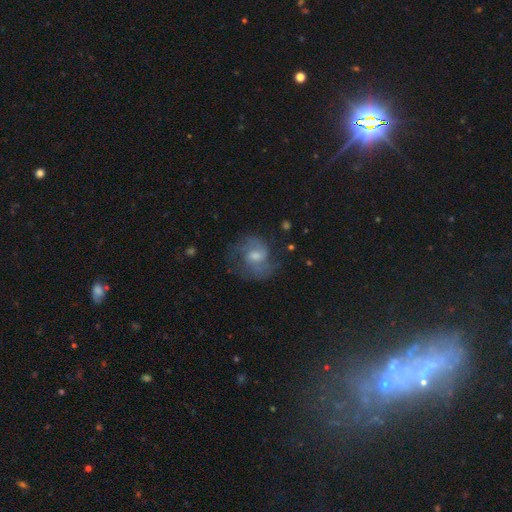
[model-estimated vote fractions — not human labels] The model was most divided on "bar": weak: 52%, no: 39%, strong: 10%. More confident: edge-on disk — no (97%); spiral arms — yes (89%); smooth or featured — featured or disk (70%); spiral arm count — 2 (67%); merging — none (62%); bulge size — moderate (51%); spiral winding — medium (50%).